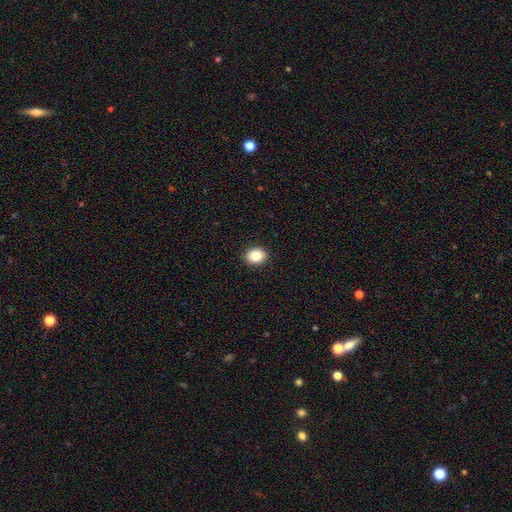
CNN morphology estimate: This appears to be a smooth galaxy with no disk features (84%) that is round (56%). Merging: none (92%).